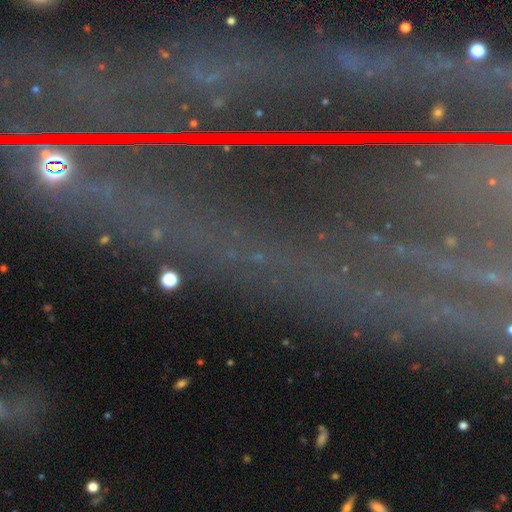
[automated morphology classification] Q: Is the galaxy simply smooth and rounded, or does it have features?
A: star or artifact — 77%.